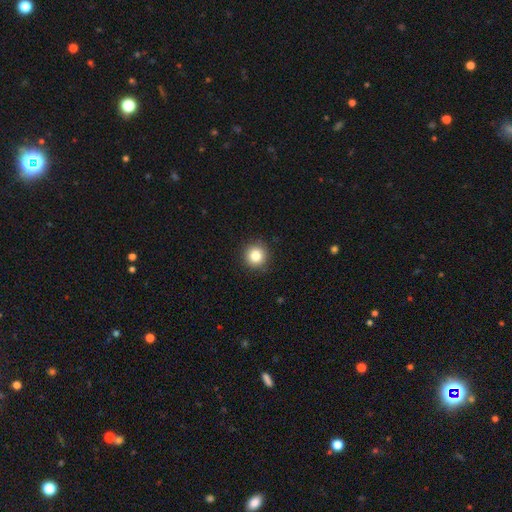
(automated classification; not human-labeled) smooth_or_featured: smooth (p=0.82) [alt: star or artifact p=0.11]
how_rounded: round (p=0.95) [alt: in between p=0.04]
merging: none (p=0.91) [alt: minor disturbance p=0.06]